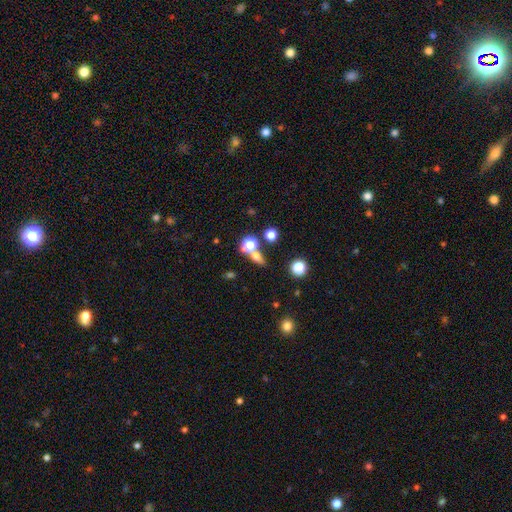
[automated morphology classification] Smooth or featured: smooth — 60% (star or artifact — 21%)
How rounded: round — 46% (in between — 41%)
Merging: none — 54% (merger — 31%)